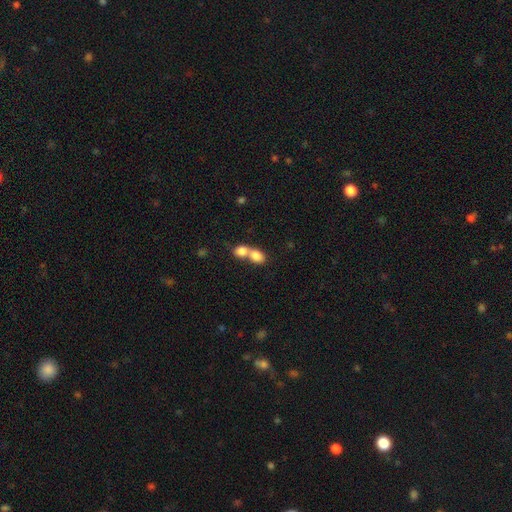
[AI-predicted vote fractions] A smooth galaxy with no disk features (80%) that is in between round and cigar-shaped (58%). Merging: merger (74%).